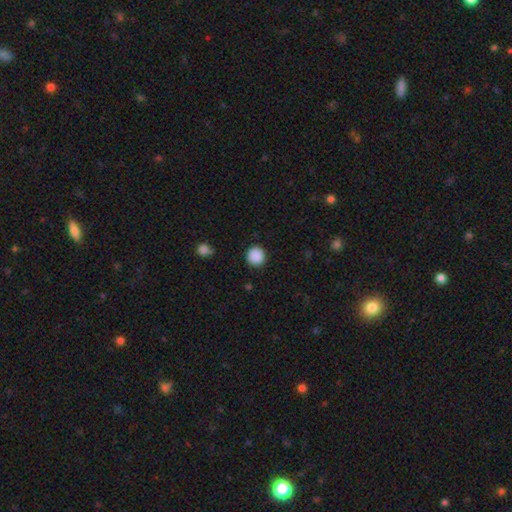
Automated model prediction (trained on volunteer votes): Overall: smooth (89%). How rounded: round (91%). Merging: none (89%).